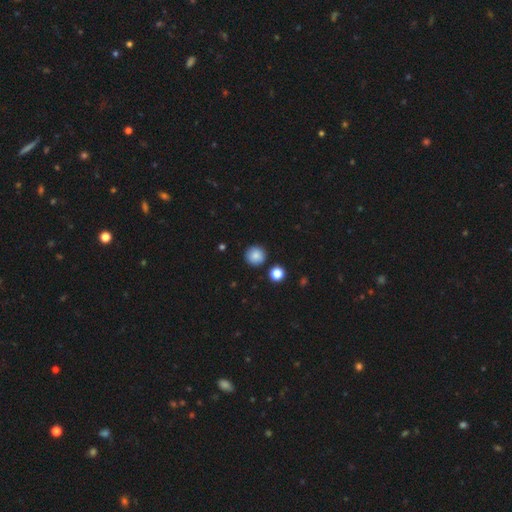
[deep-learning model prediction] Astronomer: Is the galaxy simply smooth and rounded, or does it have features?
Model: smooth — 86%.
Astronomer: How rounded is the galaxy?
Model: round — 94%.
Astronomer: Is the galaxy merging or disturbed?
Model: none — 89%.